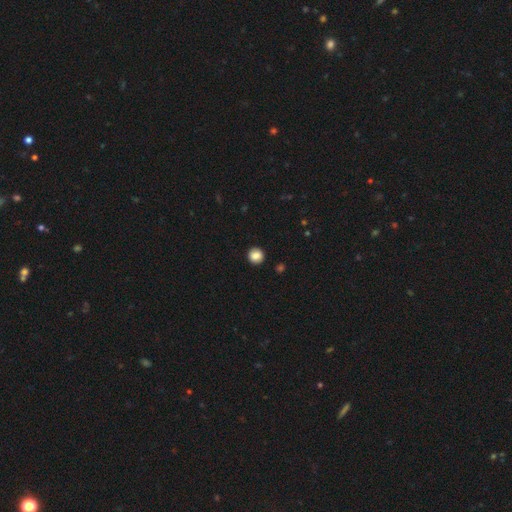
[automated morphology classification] This appears to be a smooth galaxy with no disk features (87%) that is round (91%). Merging: none (91%).